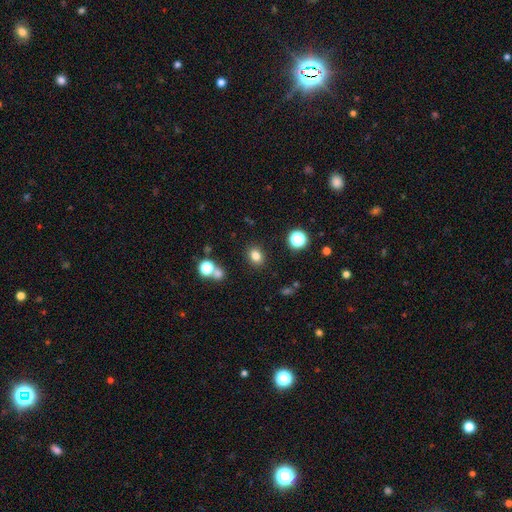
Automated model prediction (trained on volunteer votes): Smooth or featured: smooth — 80% (star or artifact — 14%)
How rounded: round — 53% (in between — 46%)
Merging: none — 85% (minor disturbance — 8%)